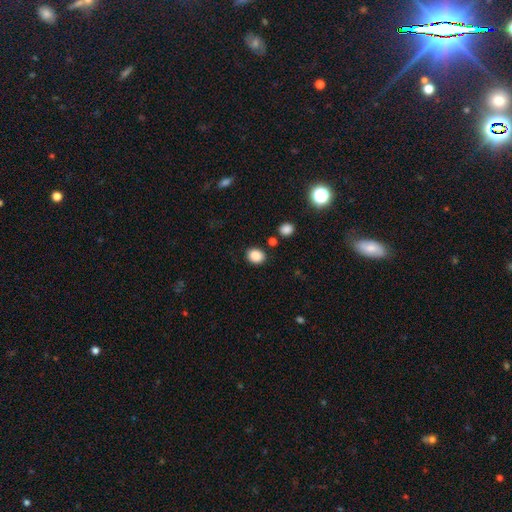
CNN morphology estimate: smooth_or_featured: smooth (p=0.87) [alt: star or artifact p=0.09]
how_rounded: round (p=0.56) [alt: in between p=0.43]
merging: none (p=0.83) [alt: minor disturbance p=0.09]